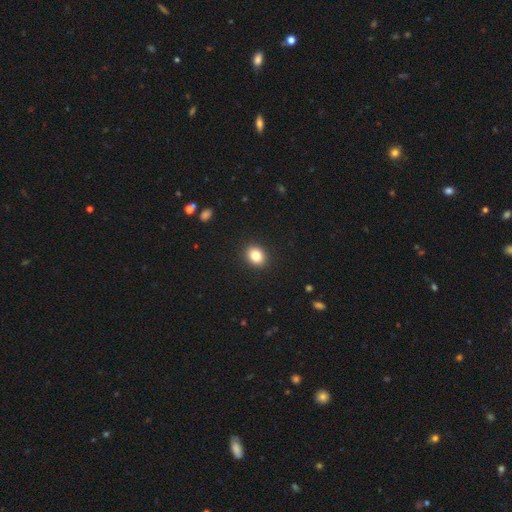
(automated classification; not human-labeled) Smooth or featured? smooth (83%)
How rounded? round (50%)
Merging? none (91%)